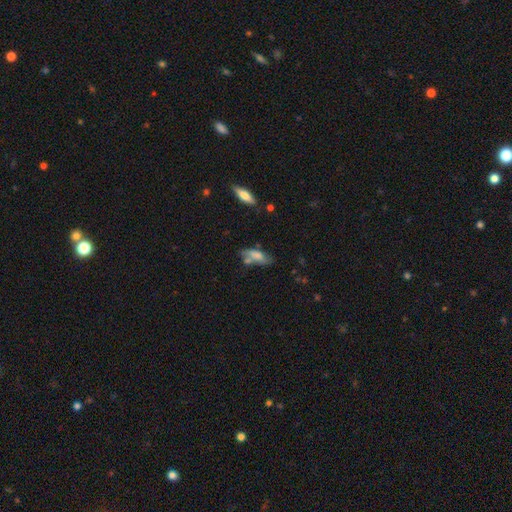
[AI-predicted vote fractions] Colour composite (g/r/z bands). It shows a smooth galaxy with no disk features (62%) that is in between round and cigar-shaped (66%). Merging: none (46%).